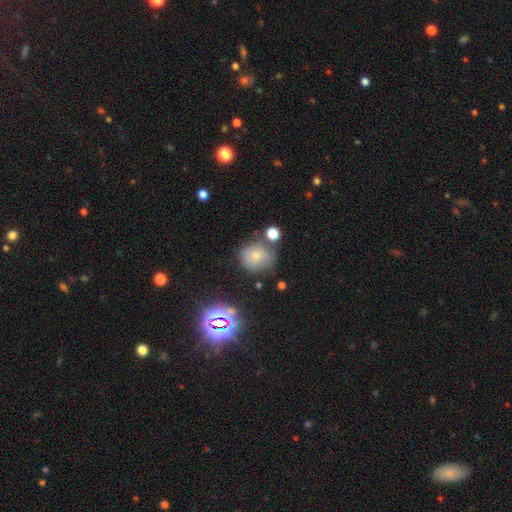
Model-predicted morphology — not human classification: The model was most divided on "merging": none: 59%, minor disturbance: 23%, merger: 11%, major disturbance: 8%. More confident: how rounded — round (82%); smooth or featured — smooth (63%).